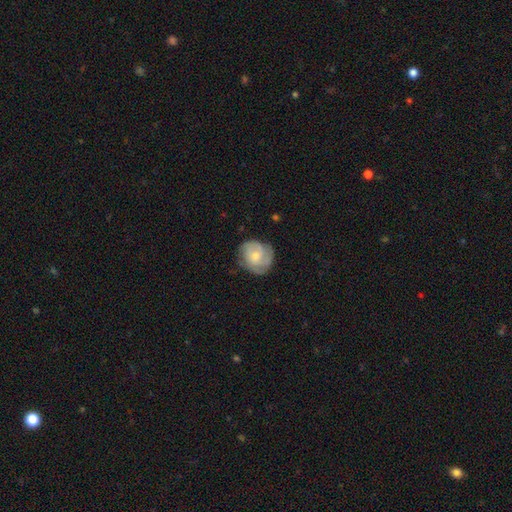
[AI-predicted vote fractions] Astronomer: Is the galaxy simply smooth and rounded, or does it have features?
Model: featured or disk — 53% (runner-up: smooth, 41%).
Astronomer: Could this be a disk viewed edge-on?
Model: no — 97%.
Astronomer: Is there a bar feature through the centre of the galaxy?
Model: no — 76%.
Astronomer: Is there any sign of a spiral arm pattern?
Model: yes — 82%.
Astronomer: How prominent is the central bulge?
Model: moderate — 47% (runner-up: small, 46%).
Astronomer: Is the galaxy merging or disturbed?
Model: none — 71%.